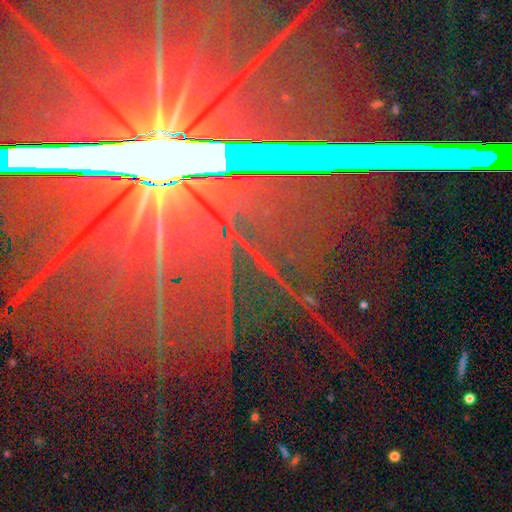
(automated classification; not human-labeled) smooth-or-featured: star or artifact: 85% | featured or disk: 10% | smooth: 5%